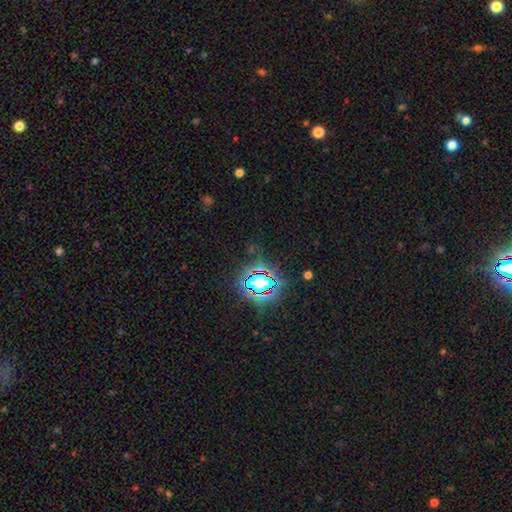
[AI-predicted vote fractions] Smooth or featured: star or artifact — 81% (smooth — 11%)